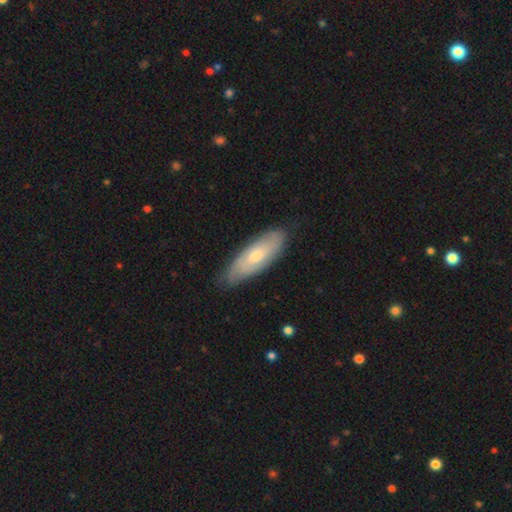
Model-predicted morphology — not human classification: Smooth or featured: smooth — 53% (featured or disk — 42%)
How rounded: in between — 63% (cigar-shaped — 35%)
Merging: none — 78% (minor disturbance — 18%)